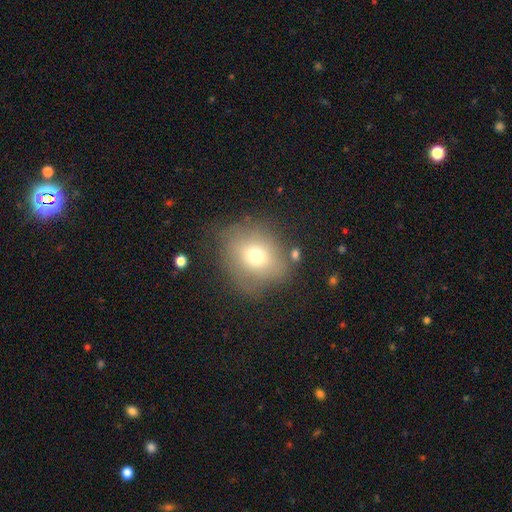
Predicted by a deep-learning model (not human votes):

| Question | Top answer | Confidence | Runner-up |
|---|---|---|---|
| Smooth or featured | smooth | 65% | featured or disk (21%) |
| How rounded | round | 72% | in between (27%) |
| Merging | none | 64% | minor disturbance (22%) |